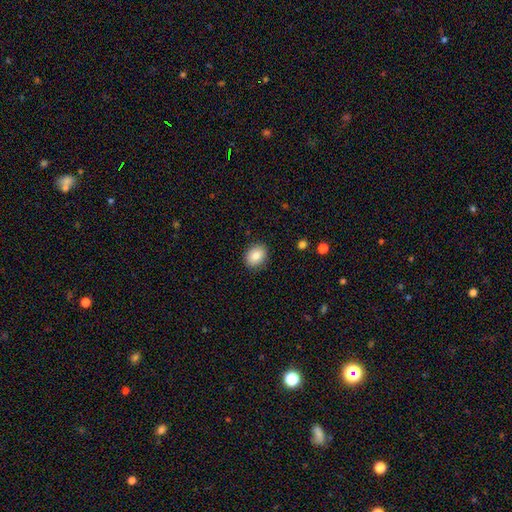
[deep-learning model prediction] Morphology: type=smooth (85%); roundness=in between (56%); merging=none (89%).